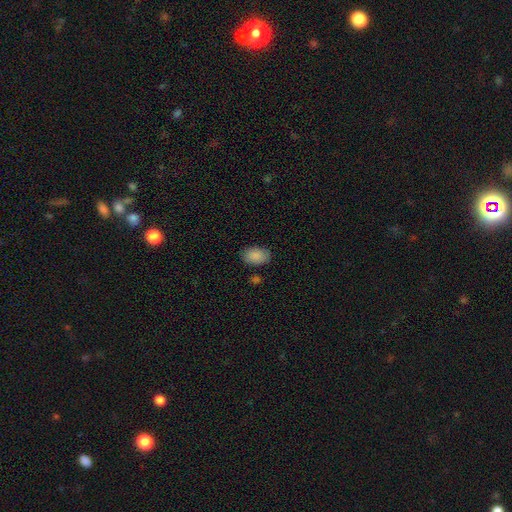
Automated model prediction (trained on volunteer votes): Smooth or featured?
  - smooth: 88% *
  - star or artifact: 7%
  - featured or disk: 5%
How rounded?
  - in between: 89% *
  - round: 9%
  - cigar-shaped: 1%
Merging?
  - none: 81% *
  - minor disturbance: 13%
  - major disturbance: 3%
  - merger: 3%